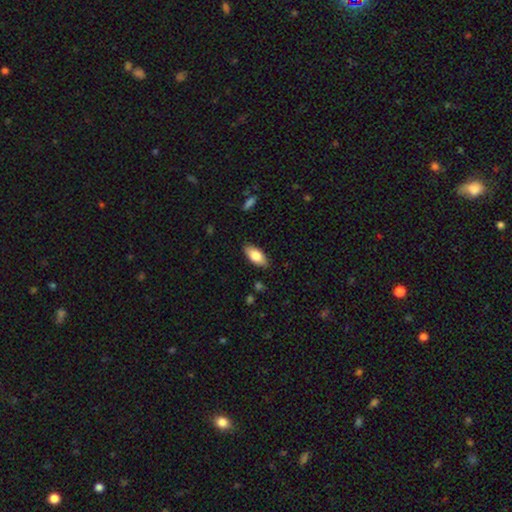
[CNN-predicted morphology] A smooth galaxy with no disk features (79%) that is in between round and cigar-shaped (88%). Merging: none (86%).